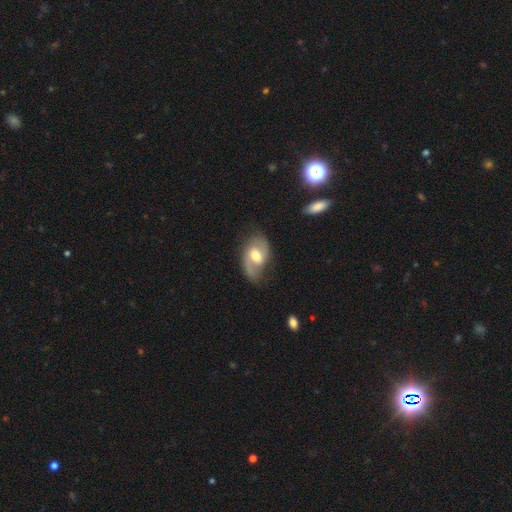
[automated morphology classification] This appears to be a featured or disk galaxy (71%) with a weak bar (52%), 2 (78%) medium (46%) spiral arms (88%) and a moderate central bulge (69%). Merging: none (67%).